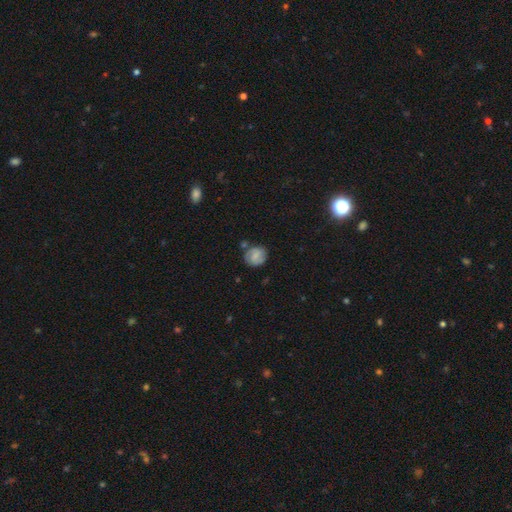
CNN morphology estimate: Smooth or featured?
  - smooth: 52% *
  - featured or disk: 40%
  - star or artifact: 9%
How rounded?
  - round: 77% *
  - in between: 22%
  - cigar-shaped: 1%
Merging?
  - none: 69% *
  - minor disturbance: 18%
  - merger: 8%
  - major disturbance: 5%